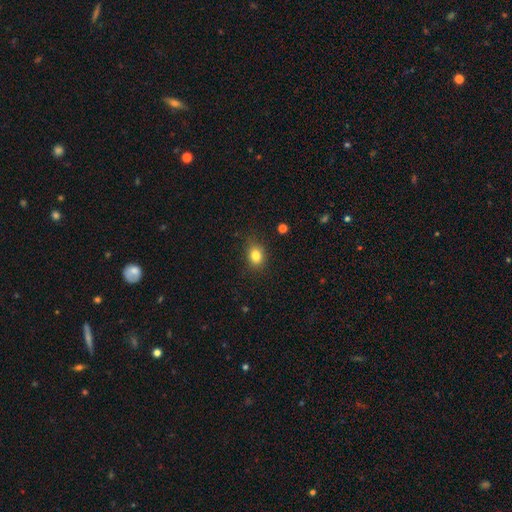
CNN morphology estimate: smooth 82%, star or artifact 11%, featured or disk 7%. Down the decision tree: how rounded — in between (53%); merging — none (80%).